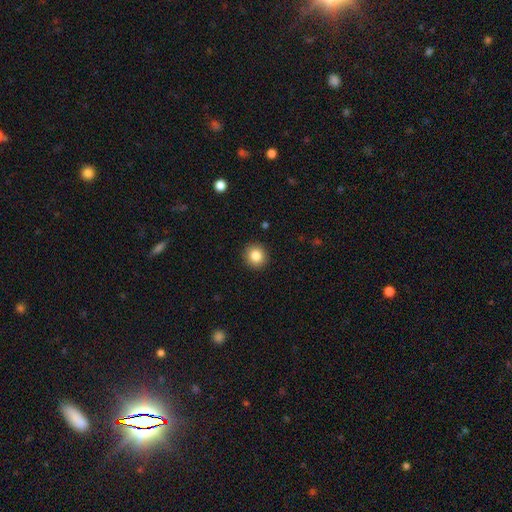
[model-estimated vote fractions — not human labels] Q: Smooth or featured?
A: smooth (84%); runner-up: star or artifact (10%)
Q: How rounded?
A: round (92%); runner-up: in between (7%)
Q: Merging?
A: none (92%); runner-up: minor disturbance (5%)